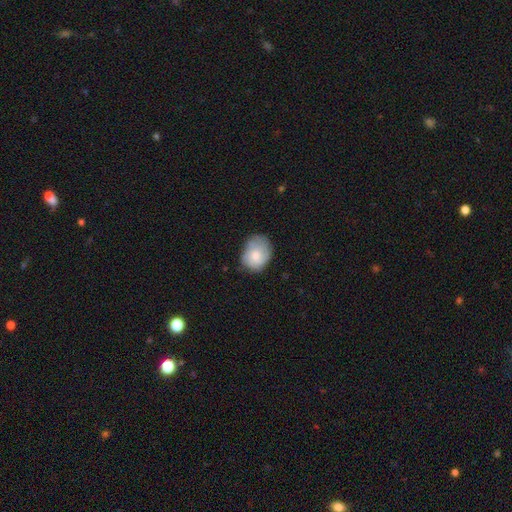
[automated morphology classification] This appears to be a smooth galaxy with no disk features (69%) that is in between round and cigar-shaped (54%). Merging: none (62%).